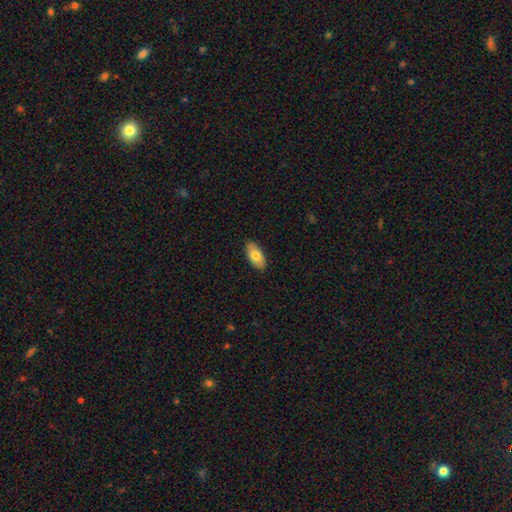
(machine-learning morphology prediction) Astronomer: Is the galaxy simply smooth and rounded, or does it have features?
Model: smooth — 75%.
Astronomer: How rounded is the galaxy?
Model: in between — 94%.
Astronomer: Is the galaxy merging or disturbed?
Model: none — 88%.